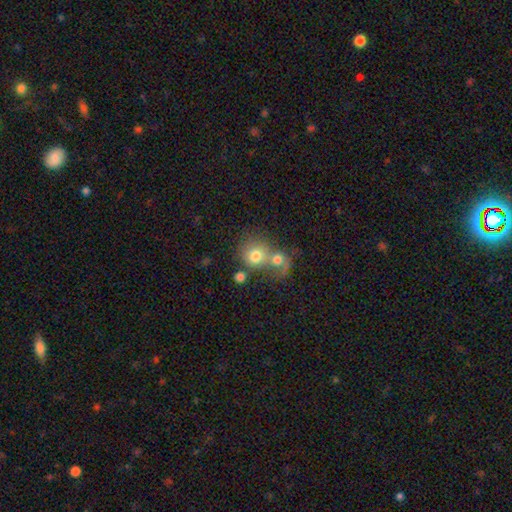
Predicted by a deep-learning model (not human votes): A smooth galaxy with no disk features (74%) that is round (79%).

Vote fractions:
- Smooth or featured? smooth: 74% / featured or disk: 15% / star or artifact: 11%
- How rounded? round: 79% / in between: 20% / cigar-shaped: 1%
- Merging? merger: 57% / none: 30% / minor disturbance: 7% / major disturbance: 5%